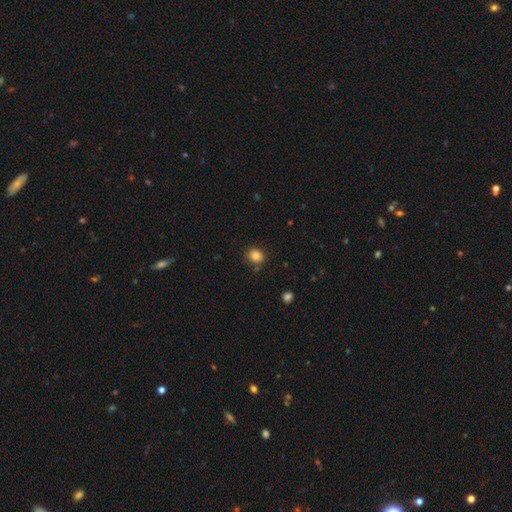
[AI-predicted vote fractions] This appears to be a smooth galaxy with no disk features (84%) that is round (72%). Merging: none (80%).